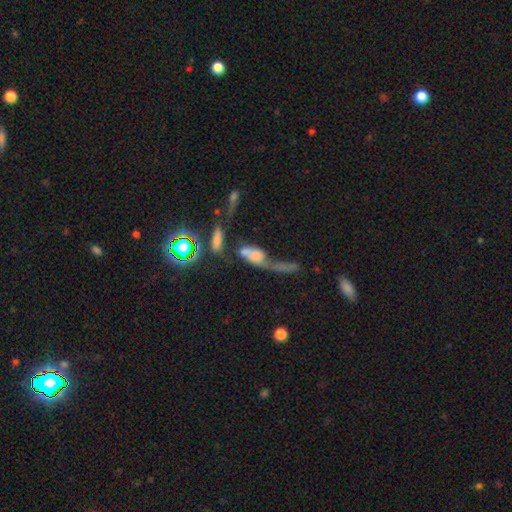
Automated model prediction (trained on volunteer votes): Smooth or featured?
  - smooth: 50% *
  - featured or disk: 37%
  - star or artifact: 13%
Merging?
  - merger: 41% *
  - major disturbance: 34%
  - none: 14%
  - minor disturbance: 11%